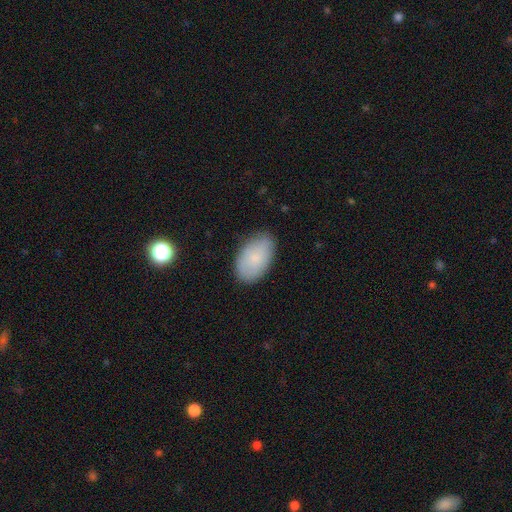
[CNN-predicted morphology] Smooth or featured: smooth — 80% (featured or disk — 13%)
How rounded: in between — 93% (round — 6%)
Merging: none — 82% (minor disturbance — 14%)